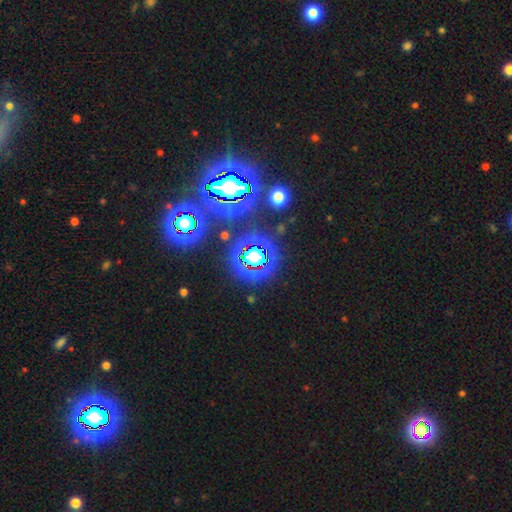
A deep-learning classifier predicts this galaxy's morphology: Overall: star or artifact (82%).